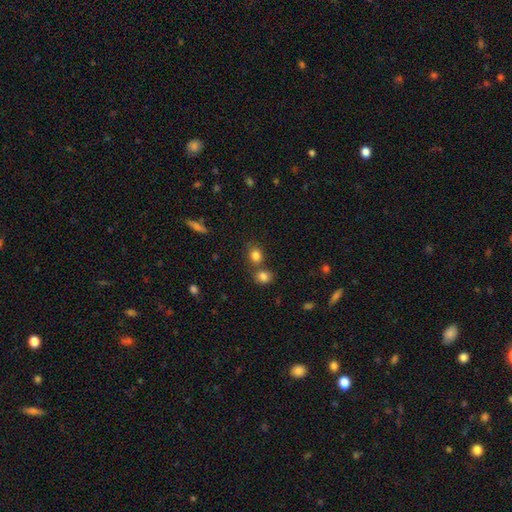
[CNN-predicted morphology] smooth 82%, star or artifact 12%, featured or disk 6%. Down the decision tree: how rounded — round (68%); merging — none (59%).